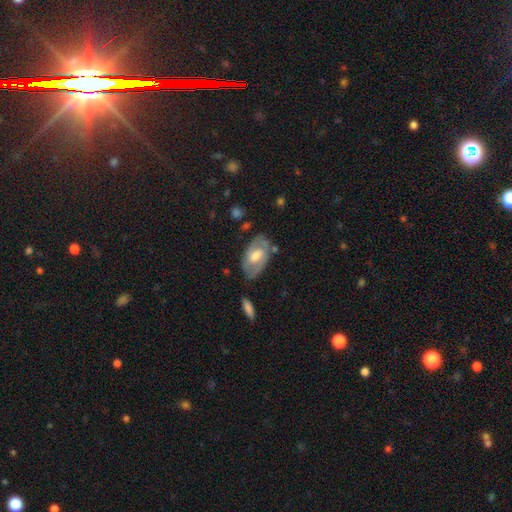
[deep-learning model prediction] Q: Smooth or featured?
A: featured or disk (65%); runner-up: smooth (30%)
Q: Edge-on disk?
A: no (92%); runner-up: yes (8%)
Q: Bar?
A: weak (46%); runner-up: no (37%)
Q: Spiral arms?
A: yes (69%); runner-up: no (31%)
Q: Bulge size?
A: moderate (64%); runner-up: large (18%)
Q: Merging?
A: none (69%); runner-up: minor disturbance (21%)